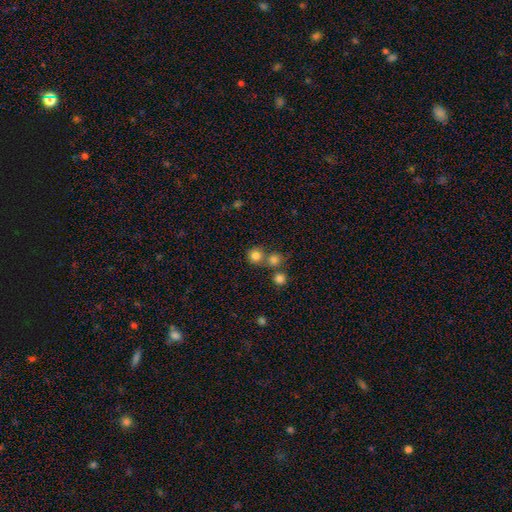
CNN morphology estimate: Q: Smooth or featured?
A: smooth (78%); runner-up: star or artifact (15%)
Q: How rounded?
A: round (91%); runner-up: in between (8%)
Q: Merging?
A: none (64%); runner-up: merger (26%)